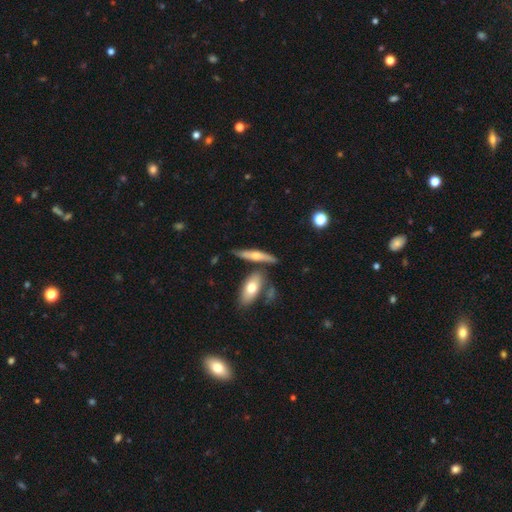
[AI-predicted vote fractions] Smooth or featured?
  - featured or disk: 53% *
  - smooth: 41%
  - star or artifact: 6%
Edge-on disk?
  - yes: 88% *
  - no: 12%
Merging?
  - none: 66% *
  - merger: 15%
  - minor disturbance: 15%
  - major disturbance: 4%